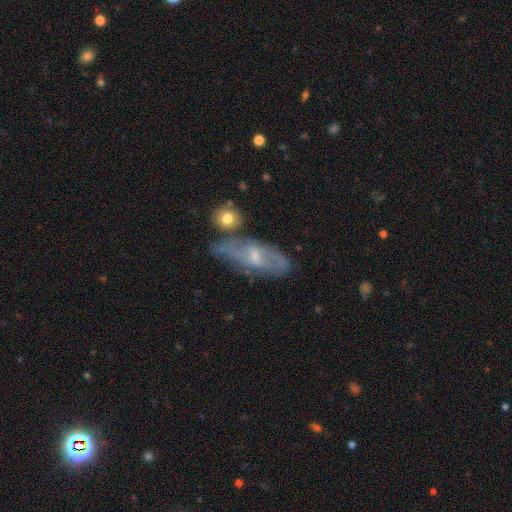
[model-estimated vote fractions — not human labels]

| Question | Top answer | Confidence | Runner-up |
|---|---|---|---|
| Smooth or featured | featured or disk | 68% | smooth (24%) |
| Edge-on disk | no | 81% | yes (19%) |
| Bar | weak | 45% | no (42%) |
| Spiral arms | yes | 66% | no (34%) |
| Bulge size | small | 50% | moderate (41%) |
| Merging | none | 54% | minor disturbance (23%) |